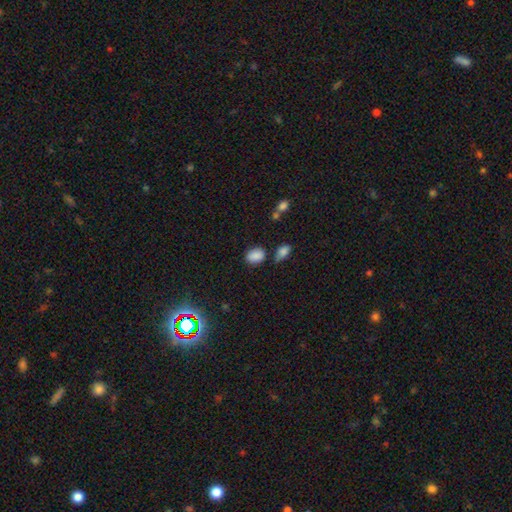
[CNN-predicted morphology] Smooth or featured? Predicted: smooth (p=0.85). How rounded? Predicted: in between (p=0.74). Merging? Predicted: none (p=0.70).